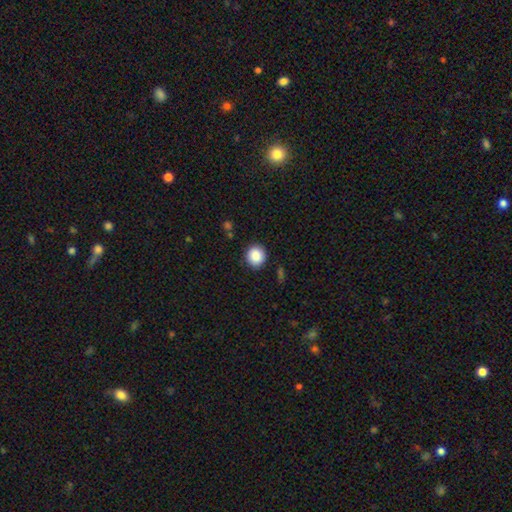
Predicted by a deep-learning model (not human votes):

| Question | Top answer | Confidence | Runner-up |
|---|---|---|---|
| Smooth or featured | smooth | 88% | star or artifact (9%) |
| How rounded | round | 87% | in between (12%) |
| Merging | none | 89% | minor disturbance (8%) |